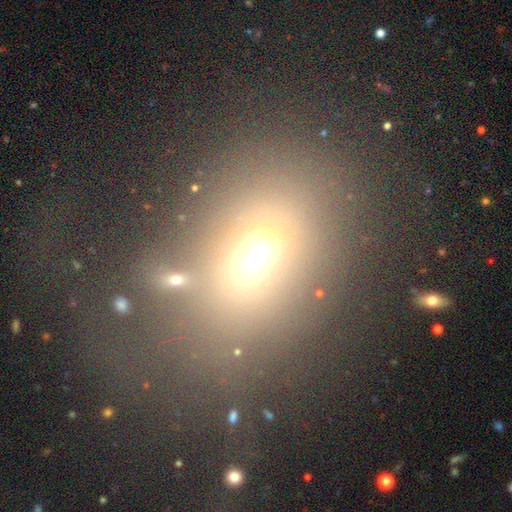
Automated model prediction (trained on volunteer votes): Smooth or featured? smooth (62%)
How rounded? in between (62%)
Merging? none (58%)